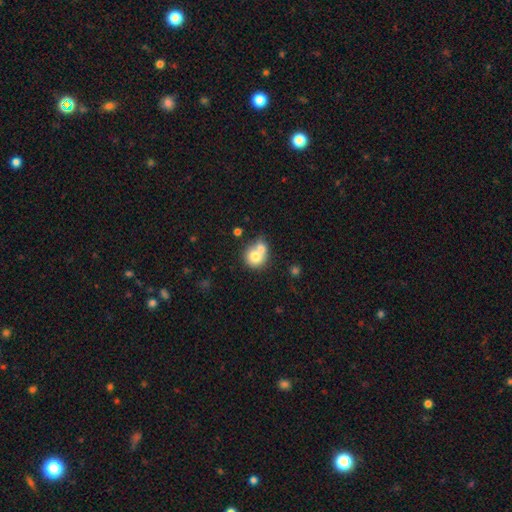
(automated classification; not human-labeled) The model was most divided on "merging": merger: 58%, none: 31%, minor disturbance: 8%, major disturbance: 3%. More confident: how rounded — round (79%); smooth or featured — smooth (73%).